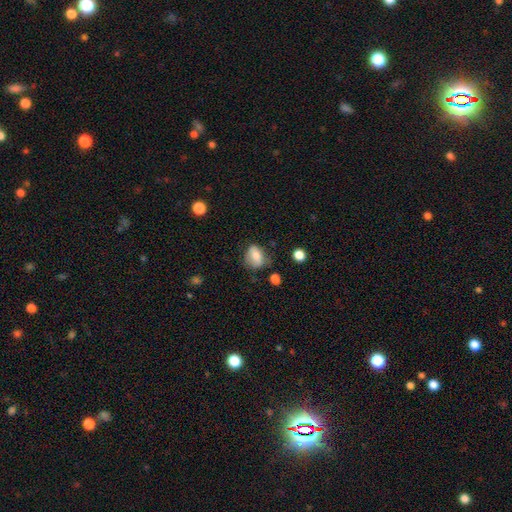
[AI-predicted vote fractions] Q: Smooth or featured?
A: smooth (73%); runner-up: featured or disk (18%)
Q: How rounded?
A: in between (61%); runner-up: round (37%)
Q: Merging?
A: none (57%); runner-up: minor disturbance (29%)